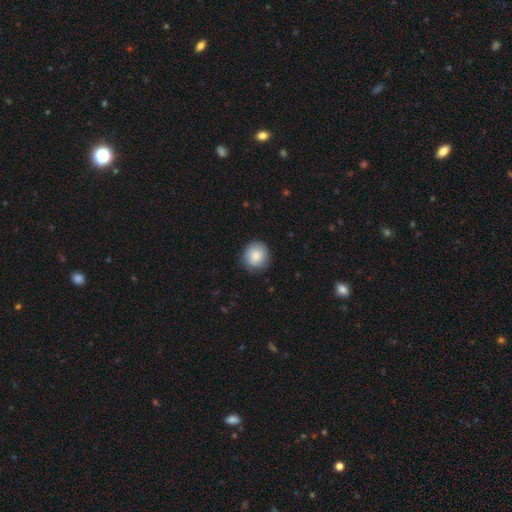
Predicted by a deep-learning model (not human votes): Smooth or featured?
  - smooth: 86% *
  - featured or disk: 7%
  - star or artifact: 7%
How rounded?
  - round: 89% *
  - in between: 10%
  - cigar-shaped: 1%
Merging?
  - none: 84% *
  - minor disturbance: 13%
  - major disturbance: 3%
  - merger: 1%